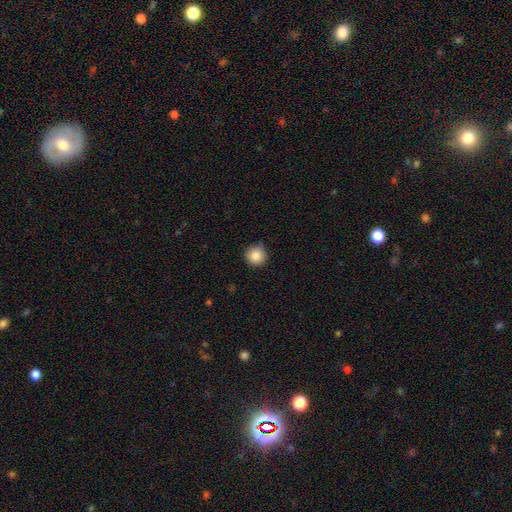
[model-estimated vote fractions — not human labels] Smooth or featured? Predicted: smooth (p=0.86). How rounded? Predicted: round (p=0.95). Merging? Predicted: none (p=0.82).